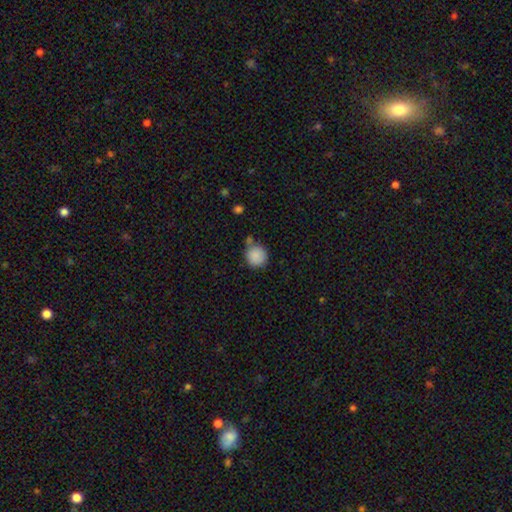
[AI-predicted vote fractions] smooth-or-featured: smooth: 88% | star or artifact: 8% | featured or disk: 4%
  how-rounded: round: 90% | in between: 9% | cigar-shaped: 1%
  merging: none: 67% | minor disturbance: 17% | merger: 12% | major disturbance: 5%